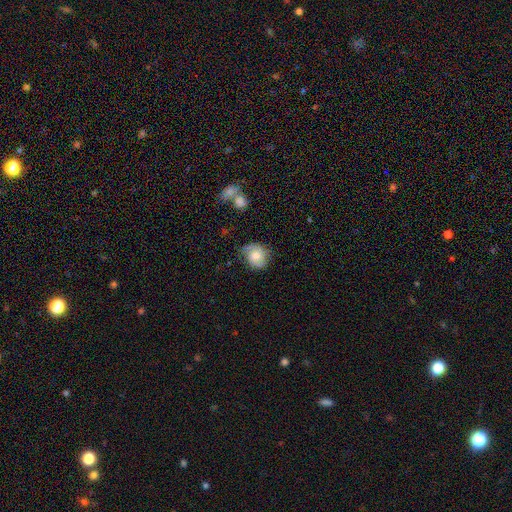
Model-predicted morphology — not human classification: featured or disk 52%, smooth 41%, star or artifact 8%. Down the decision tree: edge-on disk — no (97%); merging — none (65%).